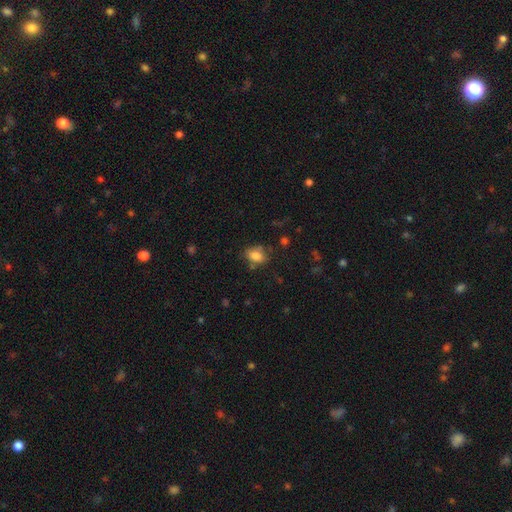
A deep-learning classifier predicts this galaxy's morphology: smooth-or-featured: smooth: 82% | star or artifact: 10% | featured or disk: 9%
  how-rounded: in between: 72% | round: 27% | cigar-shaped: 1%
  merging: none: 66% | minor disturbance: 21% | major disturbance: 7% | merger: 6%